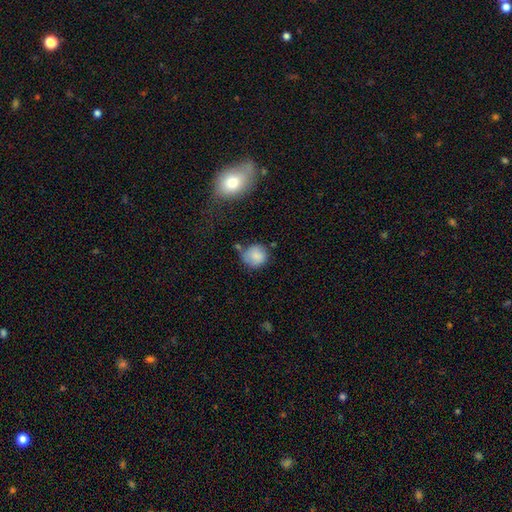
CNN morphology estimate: Q: Smooth or featured?
A: smooth (82%); runner-up: featured or disk (10%)
Q: How rounded?
A: round (84%); runner-up: in between (15%)
Q: Merging?
A: none (58%); runner-up: minor disturbance (25%)